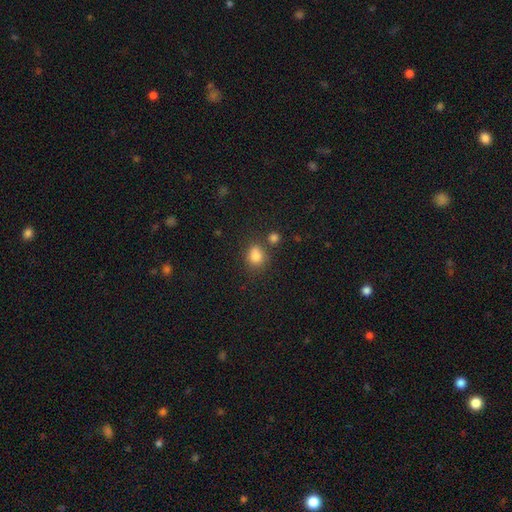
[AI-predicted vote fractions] The model was most divided on "how rounded": round: 66%, in between: 33%, cigar-shaped: 1%. More confident: smooth or featured — smooth (82%); merging — none (66%).